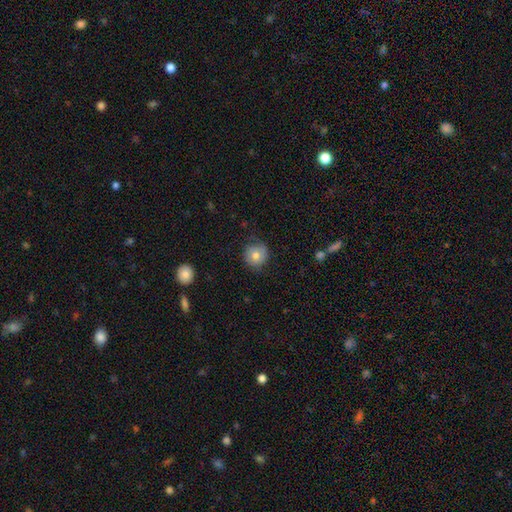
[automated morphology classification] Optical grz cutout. It shows a smooth galaxy with no disk features (73%) that is round (89%). Merging: none (72%).